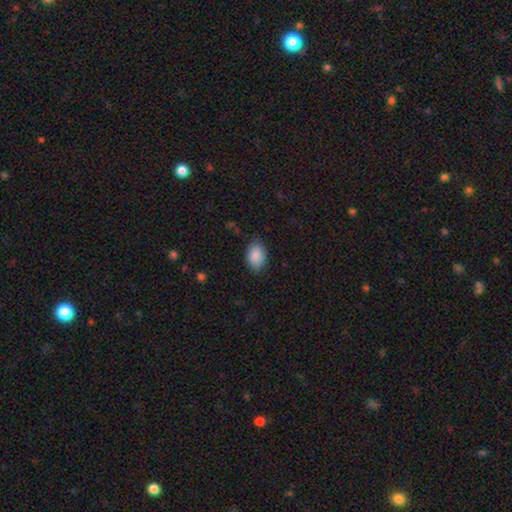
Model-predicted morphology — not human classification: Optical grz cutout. It shows a smooth galaxy with no disk features (88%) that is in between round and cigar-shaped (88%). Merging: none (81%).